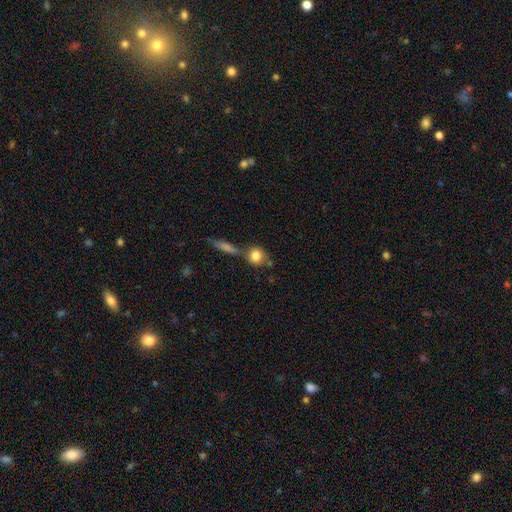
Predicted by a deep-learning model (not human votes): Morphology: type=smooth (79%); roundness=round (74%); merging=none (51%).